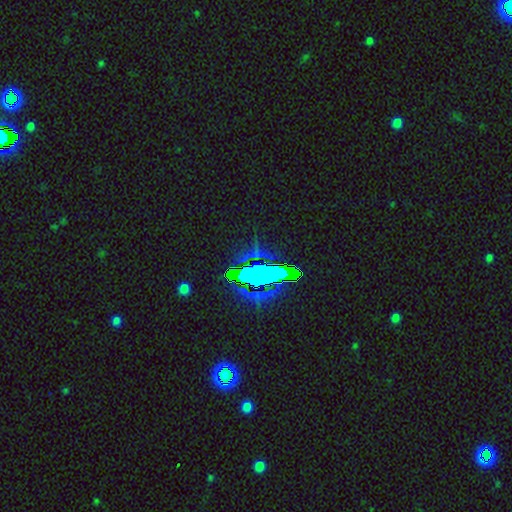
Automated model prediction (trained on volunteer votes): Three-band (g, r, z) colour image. It shows a star or artifact, not a galaxy (81%).